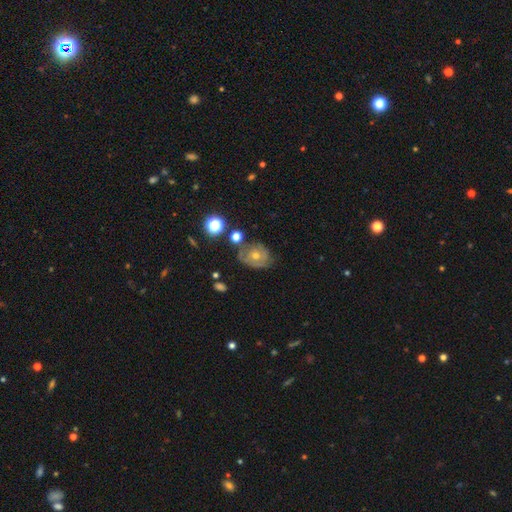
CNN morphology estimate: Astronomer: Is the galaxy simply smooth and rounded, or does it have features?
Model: featured or disk — 59%.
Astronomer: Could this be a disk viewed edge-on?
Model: no — 96%.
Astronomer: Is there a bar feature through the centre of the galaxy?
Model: no — 82%.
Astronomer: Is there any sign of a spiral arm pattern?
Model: yes — 69%.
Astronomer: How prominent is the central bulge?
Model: moderate — 54% (runner-up: small, 42%).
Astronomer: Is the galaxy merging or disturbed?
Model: none — 63%.